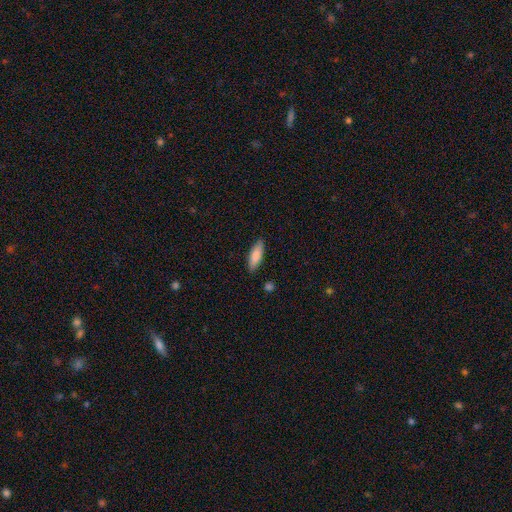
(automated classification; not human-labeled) Overall: smooth (82%). How rounded: in between (54%; cigar-shaped 44%). Merging: none (87%).